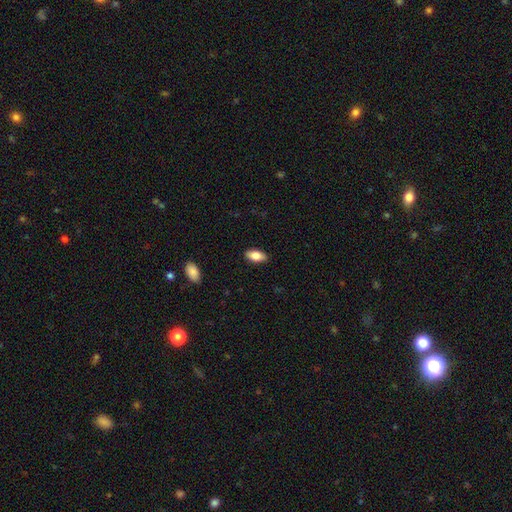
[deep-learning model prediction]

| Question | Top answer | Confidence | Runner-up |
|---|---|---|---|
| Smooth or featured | smooth | 81% | featured or disk (13%) |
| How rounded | in between | 90% | cigar-shaped (7%) |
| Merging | none | 89% | minor disturbance (8%) |